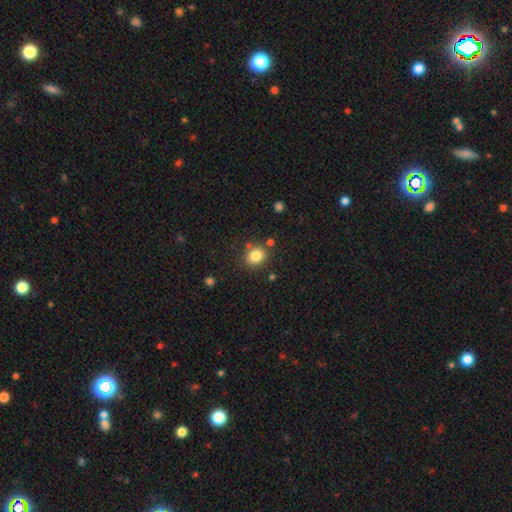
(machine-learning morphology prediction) Overall: smooth (83%). How rounded: round (64%; in between 35%). Merging: none (79%).